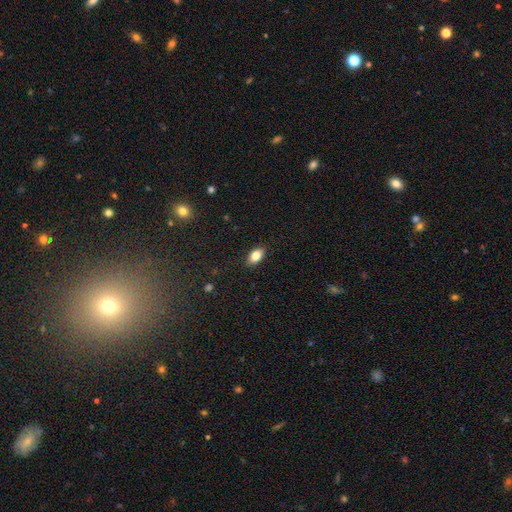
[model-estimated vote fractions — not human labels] Smooth or featured?
  - smooth: 82% *
  - featured or disk: 10%
  - star or artifact: 8%
How rounded?
  - in between: 90% *
  - round: 5%
  - cigar-shaped: 4%
Merging?
  - none: 88% *
  - minor disturbance: 9%
  - major disturbance: 2%
  - merger: 1%